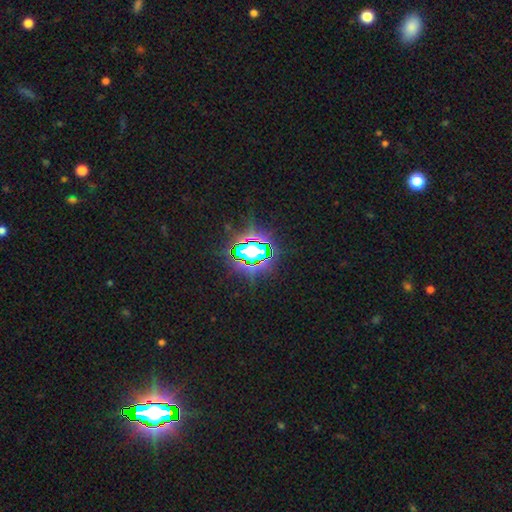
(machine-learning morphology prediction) Smooth or featured?
  - star or artifact: 80% *
  - smooth: 11%
  - featured or disk: 8%